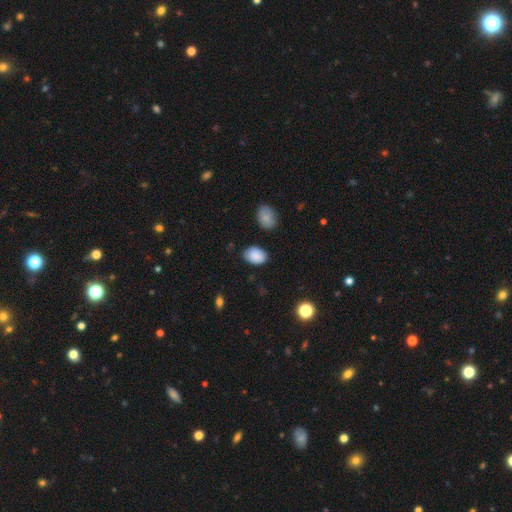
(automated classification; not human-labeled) A smooth galaxy with no disk features (88%) that is in between round and cigar-shaped (83%).

Vote fractions:
- Smooth or featured? smooth: 88% / star or artifact: 7% / featured or disk: 5%
- How rounded? in between: 83% / round: 16% / cigar-shaped: 1%
- Merging? none: 80% / minor disturbance: 14% / major disturbance: 3% / merger: 2%